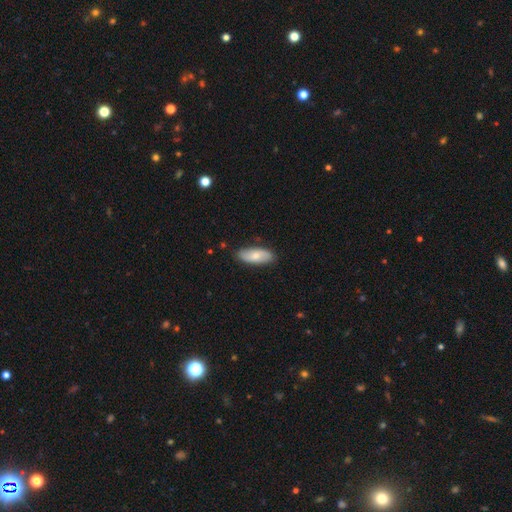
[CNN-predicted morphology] smooth 67%, featured or disk 27%, star or artifact 6%. Down the decision tree: how rounded — in between (80%); merging — none (84%).